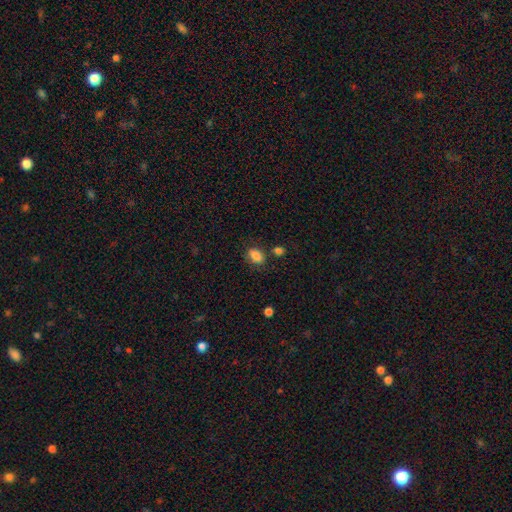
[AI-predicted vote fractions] Overall: smooth (84%). How rounded: in between (81%). Merging: none (73%).